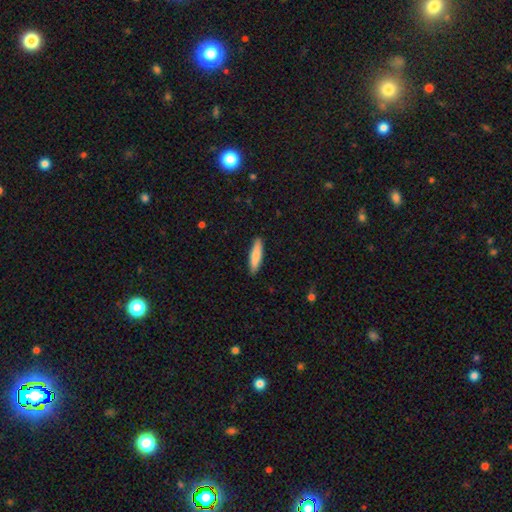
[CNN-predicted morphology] A smooth galaxy with no disk features (82%) that is cigar-shaped (77%).

Vote fractions:
- Smooth or featured? smooth: 82% / featured or disk: 13% / star or artifact: 5%
- How rounded? cigar-shaped: 77% / in between: 22% / round: 1%
- Merging? none: 90% / minor disturbance: 8% / major disturbance: 2% / merger: 1%